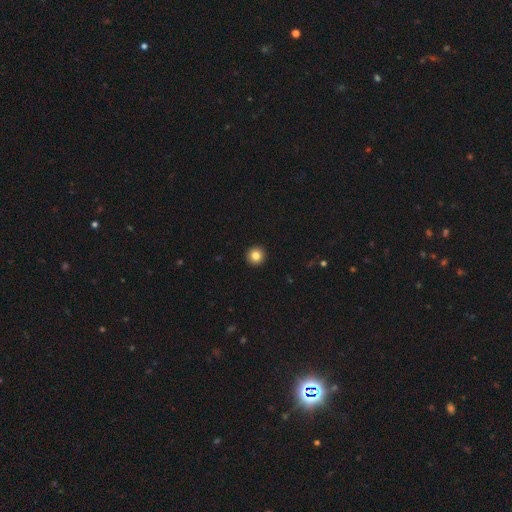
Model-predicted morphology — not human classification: Smooth or featured: smooth — 83% (star or artifact — 10%)
How rounded: round — 96% (in between — 3%)
Merging: none — 94% (minor disturbance — 4%)